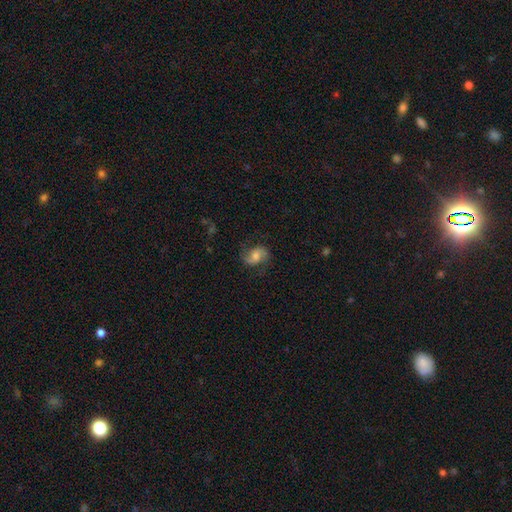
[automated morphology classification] This is likely a featured or disk galaxy (64%). It is clearly not viewed edge-on (97%). Bar: possibly no (49%). Spiral arm pattern: clearly yes (93%). Spiral arm count: clearly 2 (90%). Spiral winding: marginally loose (44%). Central bulge: possibly moderate (54%). Merging: likely none (74%).